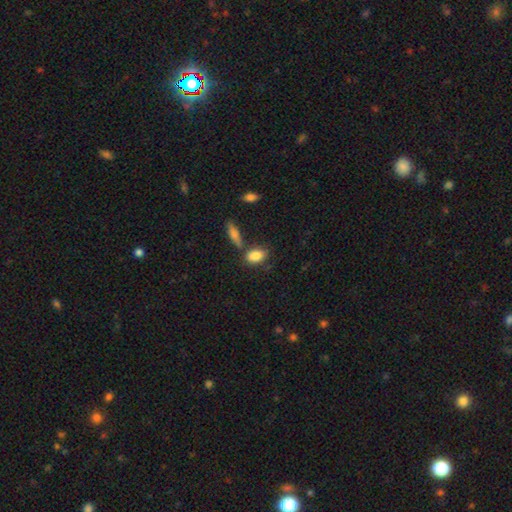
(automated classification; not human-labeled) This is clearly a smooth galaxy (83%). How rounded: clearly in between (87%). Merging: likely none (62%).